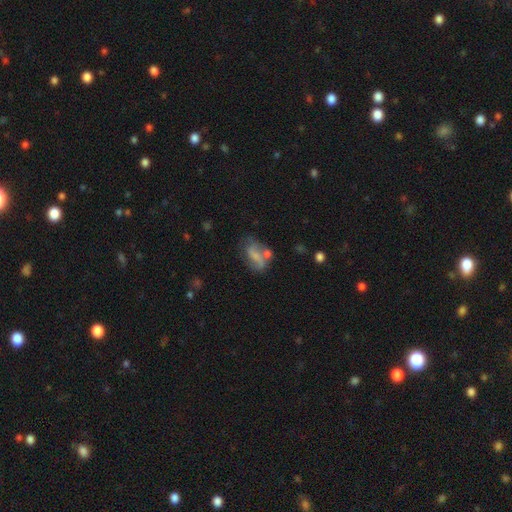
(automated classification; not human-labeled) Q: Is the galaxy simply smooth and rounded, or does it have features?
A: smooth — 52%.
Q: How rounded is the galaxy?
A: in between — 82%.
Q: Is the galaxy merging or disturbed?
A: none — 39%.